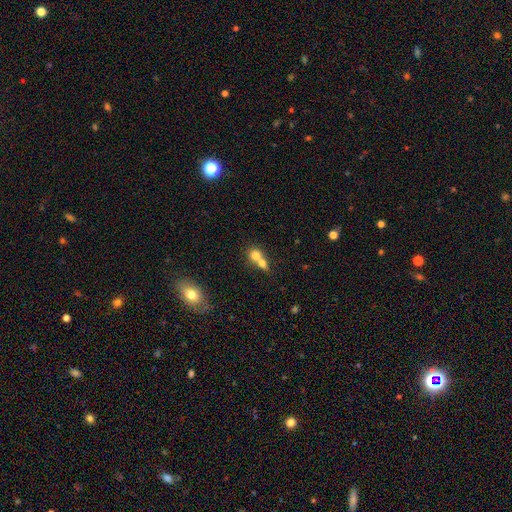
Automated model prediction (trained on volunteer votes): Smooth or featured?
  - smooth: 74% *
  - featured or disk: 16%
  - star or artifact: 10%
How rounded?
  - round: 68% *
  - in between: 30%
  - cigar-shaped: 2%
Merging?
  - merger: 66% *
  - none: 25%
  - minor disturbance: 6%
  - major disturbance: 3%